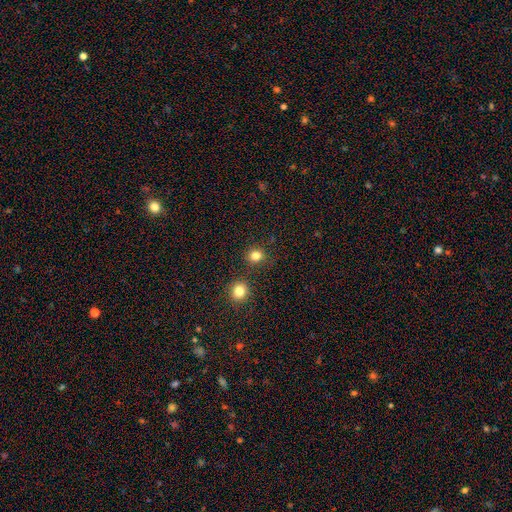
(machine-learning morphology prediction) smooth 81%, star or artifact 14%, featured or disk 4%. Down the decision tree: how rounded — round (85%); merging — none (84%).